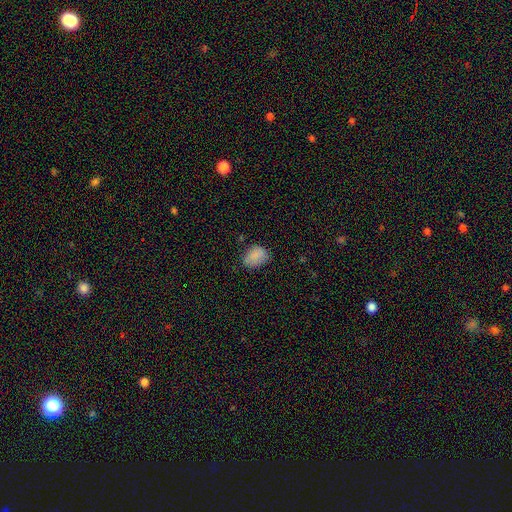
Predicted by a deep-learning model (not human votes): smooth_or_featured: smooth (p=0.85) [alt: star or artifact p=0.09]
how_rounded: in between (p=0.73) [alt: round p=0.26]
merging: none (p=0.67) [alt: minor disturbance p=0.25]